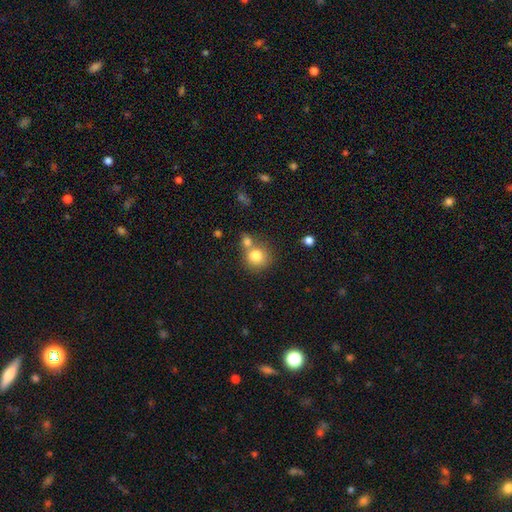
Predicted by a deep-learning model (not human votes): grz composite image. It shows a smooth galaxy with no disk features (80%) that is round (86%). Merging: none (50%).